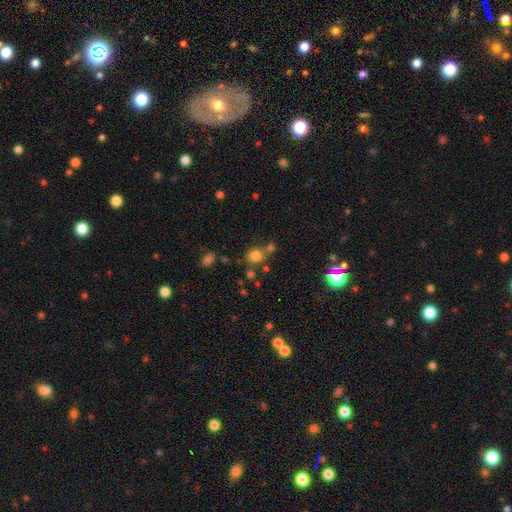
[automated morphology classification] smooth_or_featured: smooth (p=0.77) [alt: star or artifact p=0.15]
how_rounded: round (p=0.79) [alt: in between p=0.20]
merging: none (p=0.62) [alt: merger p=0.23]